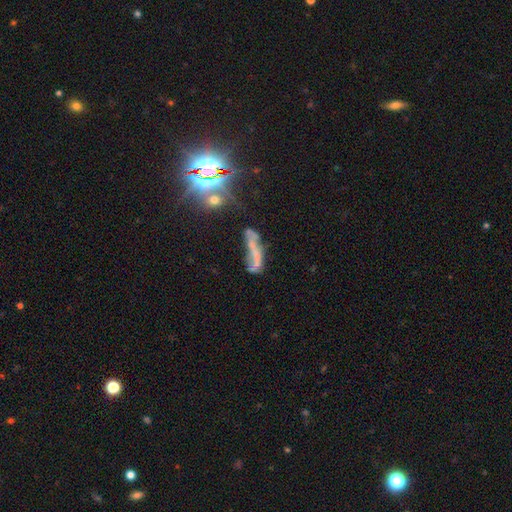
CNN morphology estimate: type=featured or disk (50%); edge-on=no (78%); merging=major disturbance (29%).